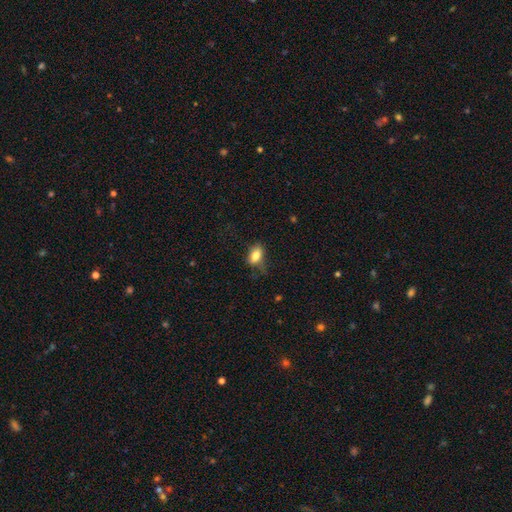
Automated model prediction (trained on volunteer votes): Q: Smooth or featured?
A: smooth (81%); runner-up: featured or disk (11%)
Q: How rounded?
A: in between (88%); runner-up: round (8%)
Q: Merging?
A: none (60%); runner-up: minor disturbance (27%)